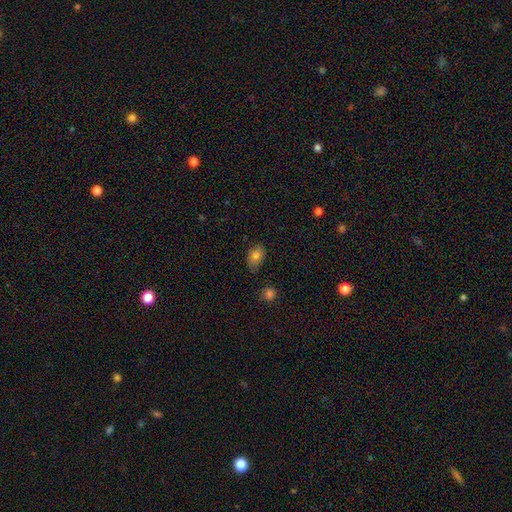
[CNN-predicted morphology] Q: Smooth or featured?
A: smooth (81%); runner-up: star or artifact (10%)
Q: How rounded?
A: in between (80%); runner-up: round (18%)
Q: Merging?
A: none (74%); runner-up: minor disturbance (20%)